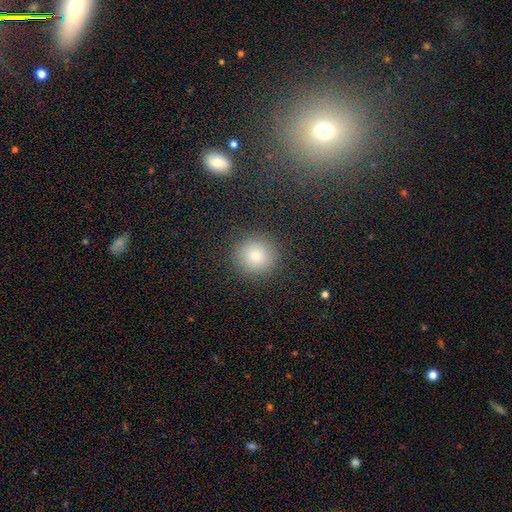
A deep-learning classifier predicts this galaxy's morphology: This appears to be a smooth galaxy with no disk features (82%) that is round (92%). Merging: none (89%).